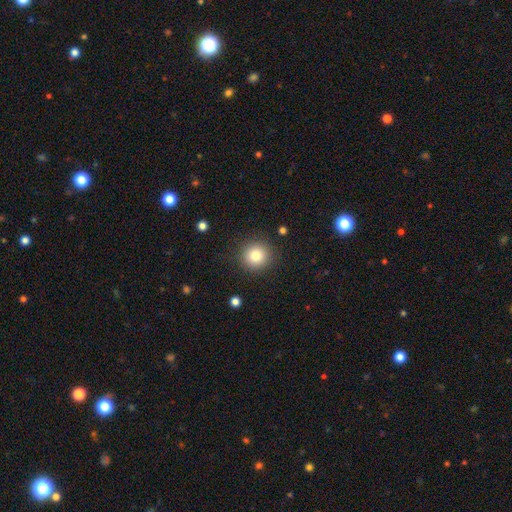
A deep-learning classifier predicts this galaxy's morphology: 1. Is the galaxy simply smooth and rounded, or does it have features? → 81% smooth, 11% star or artifact, 8% featured or disk.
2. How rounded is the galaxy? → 93% round, 6% in between, 1% cigar-shaped.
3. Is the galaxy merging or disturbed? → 89% none, 7% minor disturbance, 3% major disturbance, 1% merger.